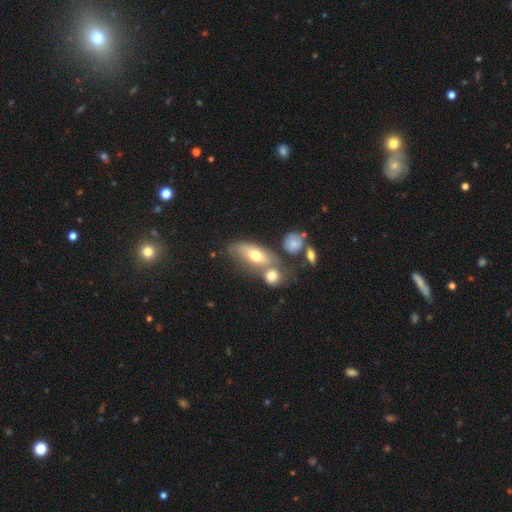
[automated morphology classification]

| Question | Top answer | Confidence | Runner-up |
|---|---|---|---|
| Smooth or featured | smooth | 63% | featured or disk (29%) |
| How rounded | in between | 76% | cigar-shaped (18%) |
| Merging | merger | 44% | none (34%) |